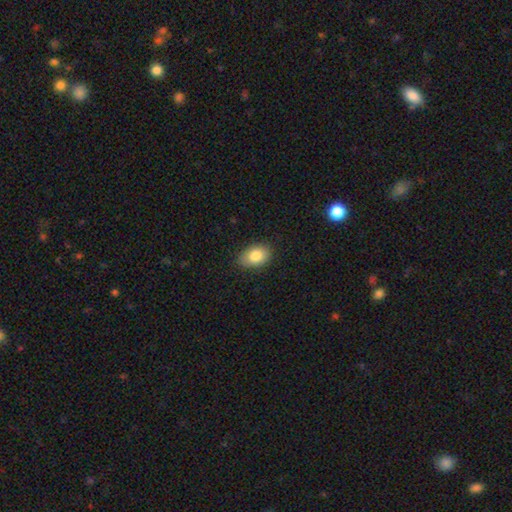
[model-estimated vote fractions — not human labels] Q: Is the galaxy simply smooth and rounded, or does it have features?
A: smooth — 83%.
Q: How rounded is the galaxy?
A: in between — 87%.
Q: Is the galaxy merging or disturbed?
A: none — 84%.